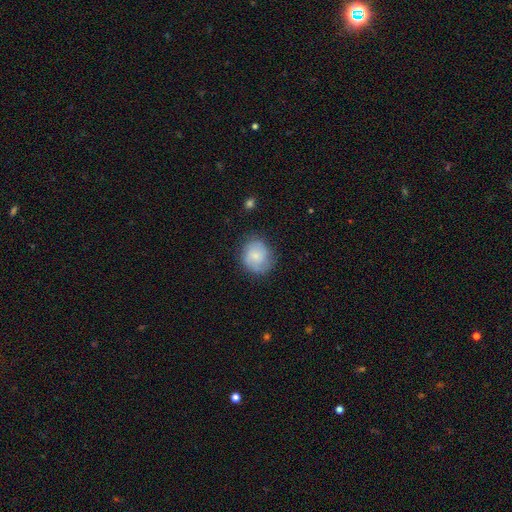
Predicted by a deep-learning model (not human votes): Smooth or featured?
  - smooth: 61% *
  - featured or disk: 32%
  - star or artifact: 7%
How rounded?
  - round: 80% *
  - in between: 19%
  - cigar-shaped: 1%
Merging?
  - none: 74% *
  - minor disturbance: 19%
  - major disturbance: 6%
  - merger: 1%